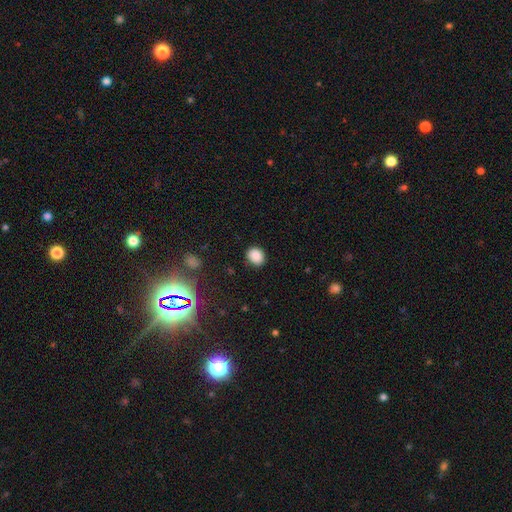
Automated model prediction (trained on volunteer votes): smooth 85%, star or artifact 11%, featured or disk 4%. Down the decision tree: how rounded — round (59%); merging — none (85%).